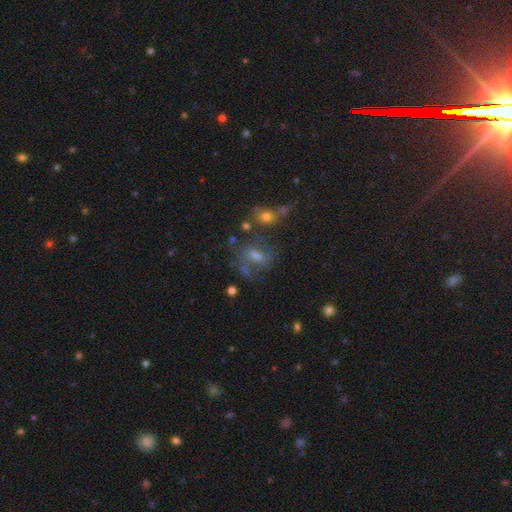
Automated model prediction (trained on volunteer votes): This appears to be a featured or disk galaxy (52%). Merging: none (52%).